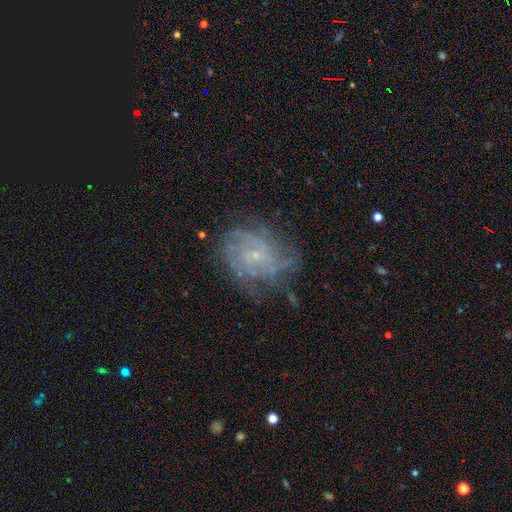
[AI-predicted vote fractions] This appears to be a featured or disk galaxy (77%) with no bar (69%), tight (58%) spiral arms (88%) and a small central bulge (80%). Merging: none (67%).